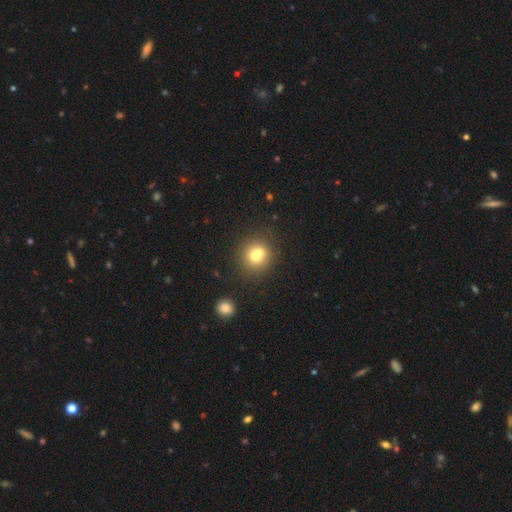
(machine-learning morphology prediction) Q: Smooth or featured?
A: smooth (70%); runner-up: featured or disk (18%)
Q: How rounded?
A: round (83%); runner-up: in between (16%)
Q: Merging?
A: none (52%); runner-up: merger (35%)